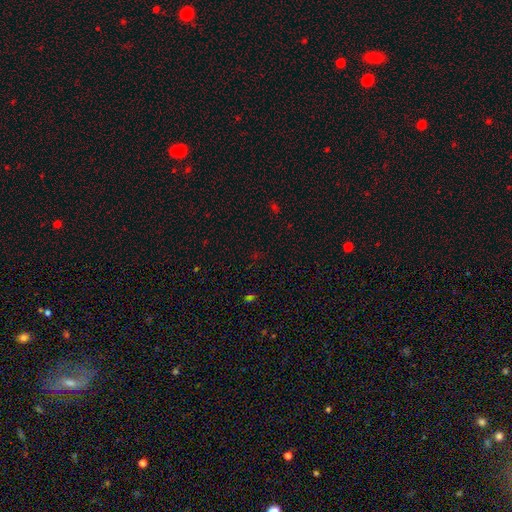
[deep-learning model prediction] Smooth or featured?
  - star or artifact: 65% *
  - smooth: 28%
  - featured or disk: 7%